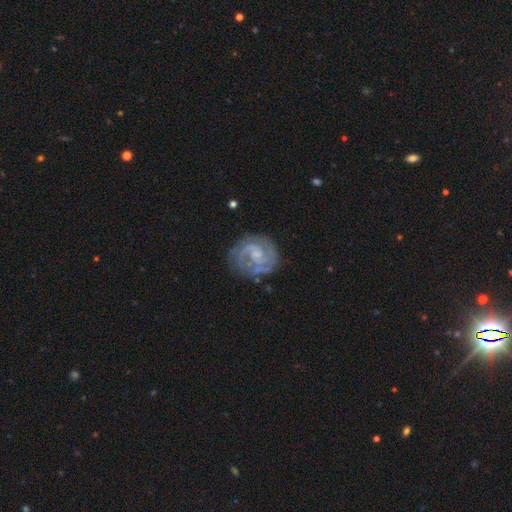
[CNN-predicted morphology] Smooth or featured? featured or disk (87%)
Edge-on disk? no (98%)
Bar? no (51%)
Spiral arms? yes (97%)
Spiral winding? tight (56%)
Spiral arm count? 2 (71%)
Bulge size? small (56%)
Merging? none (77%)